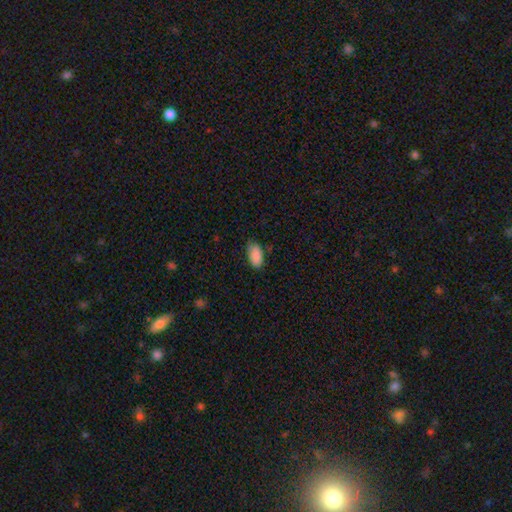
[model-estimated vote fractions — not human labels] This is clearly a smooth galaxy (89%). How rounded: clearly in between (94%). Merging: likely none (74%).